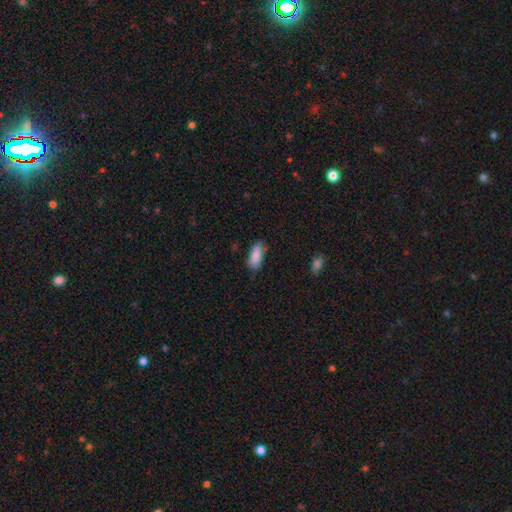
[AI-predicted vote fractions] Smooth or featured? Predicted: smooth (p=0.88). How rounded? Predicted: in between (p=0.79). Merging? Predicted: none (p=0.77).